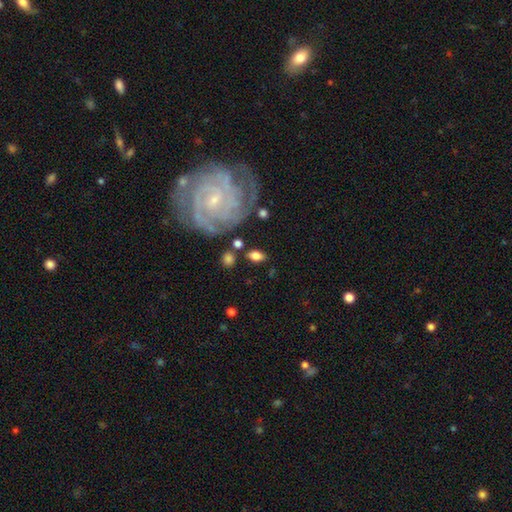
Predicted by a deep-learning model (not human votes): Smooth or featured?
  - smooth: 69% *
  - featured or disk: 24%
  - star or artifact: 8%
How rounded?
  - in between: 84% *
  - round: 12%
  - cigar-shaped: 4%
Merging?
  - none: 76% *
  - minor disturbance: 13%
  - merger: 6%
  - major disturbance: 6%